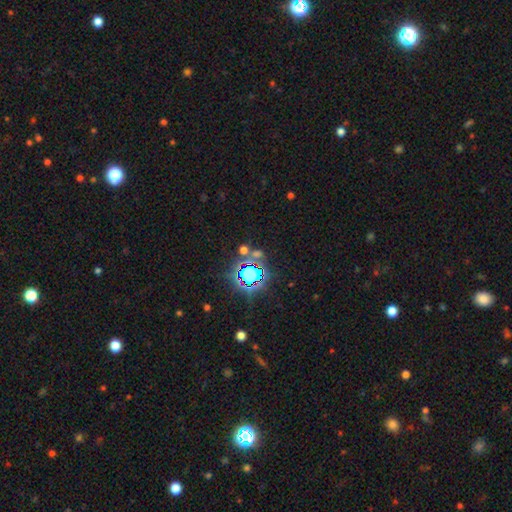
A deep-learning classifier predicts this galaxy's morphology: A star or artifact, not a galaxy (76%).